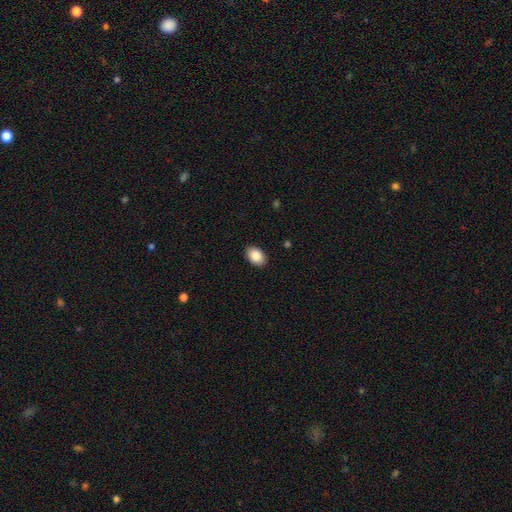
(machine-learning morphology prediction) This is clearly a smooth galaxy (87%). How rounded: clearly in between (88%). Merging: clearly none (90%).